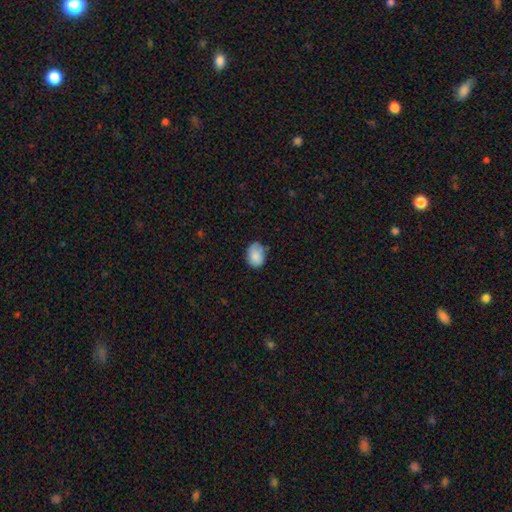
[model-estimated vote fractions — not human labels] A smooth galaxy with no disk features (85%) that is in between round and cigar-shaped (69%).

Vote fractions:
- Smooth or featured? smooth: 85% / featured or disk: 8% / star or artifact: 7%
- How rounded? in between: 69% / round: 30% / cigar-shaped: 1%
- Merging? none: 67% / minor disturbance: 27% / major disturbance: 5% / merger: 2%